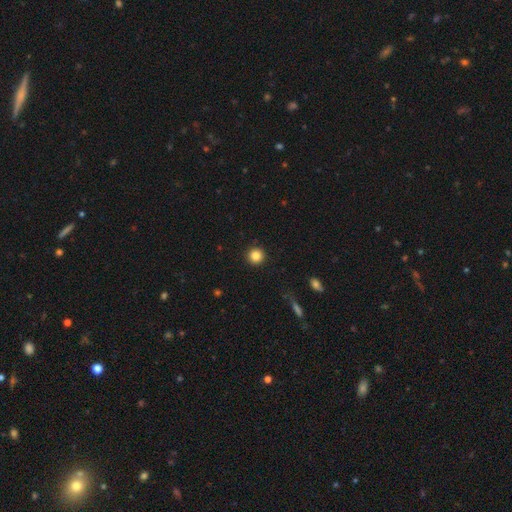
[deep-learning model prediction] Smooth or featured? smooth (85%)
How rounded? round (95%)
Merging? none (92%)